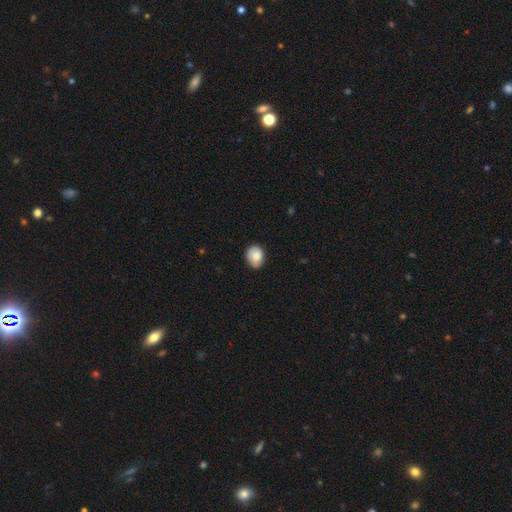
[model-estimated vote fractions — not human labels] Overall: smooth (84%). How rounded: round (57%; in between 42%). Merging: none (76%).